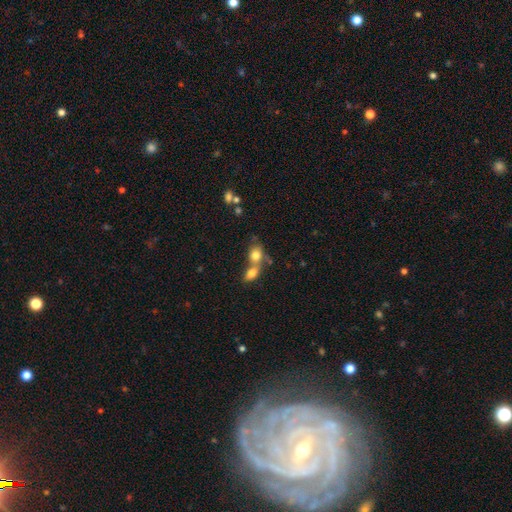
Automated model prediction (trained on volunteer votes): This is likely a smooth galaxy (79%). How rounded: possibly in between (53%). Merging: possibly merger (59%).